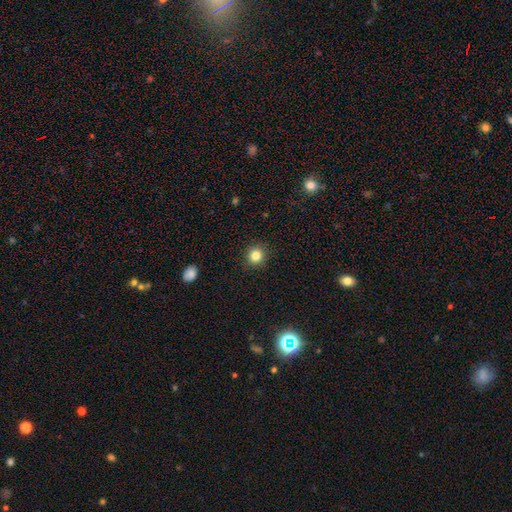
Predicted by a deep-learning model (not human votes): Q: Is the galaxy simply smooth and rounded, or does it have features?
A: smooth — 83%.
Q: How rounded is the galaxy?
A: round — 91%.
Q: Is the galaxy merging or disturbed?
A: none — 91%.